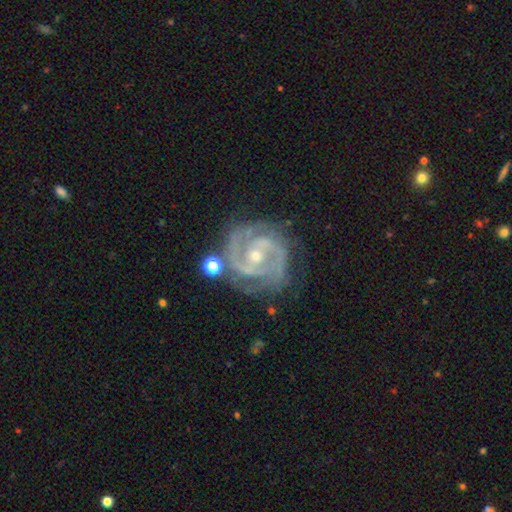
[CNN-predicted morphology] Overall: featured or disk (91%). Edge-on disk: no (98%). Bar: no (49%; weak 36%). Spiral arms: yes (98%). Spiral arm count: 2 (61%; 3 21%). Spiral winding: tight (64%; medium 32%). Bulge size: small (49%; moderate 48%). Merging: none (73%).